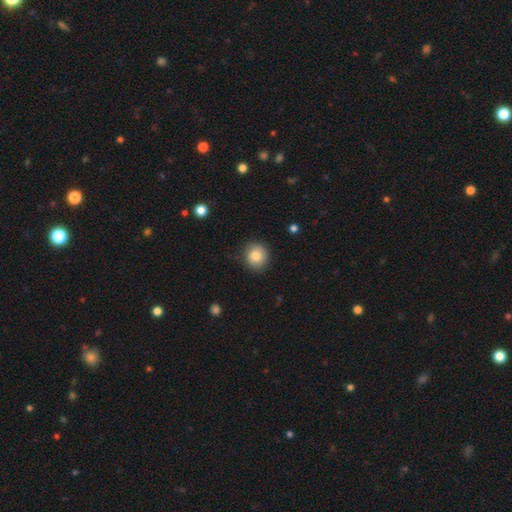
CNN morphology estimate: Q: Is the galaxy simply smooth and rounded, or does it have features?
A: smooth — 83%.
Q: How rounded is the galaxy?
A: round — 87%.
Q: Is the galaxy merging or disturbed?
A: none — 88%.